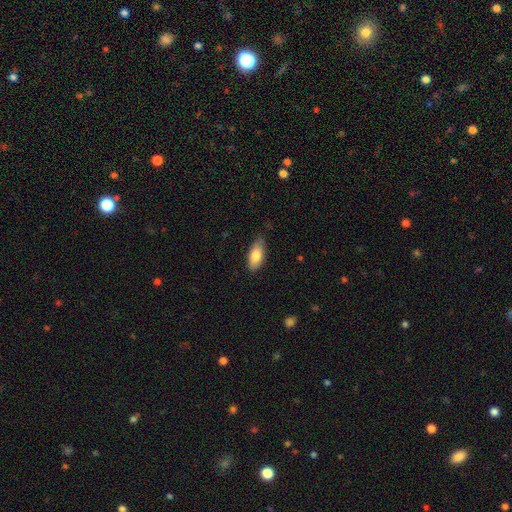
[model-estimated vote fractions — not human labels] Smooth or featured?
  - smooth: 82% *
  - featured or disk: 12%
  - star or artifact: 6%
How rounded?
  - in between: 85% *
  - cigar-shaped: 13%
  - round: 2%
Merging?
  - none: 80% *
  - minor disturbance: 17%
  - major disturbance: 2%
  - merger: 1%